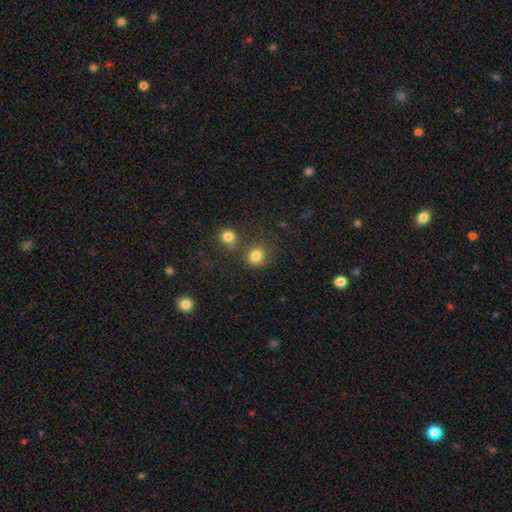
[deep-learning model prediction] Overall: smooth (82%). How rounded: round (79%). Merging: none (66%).